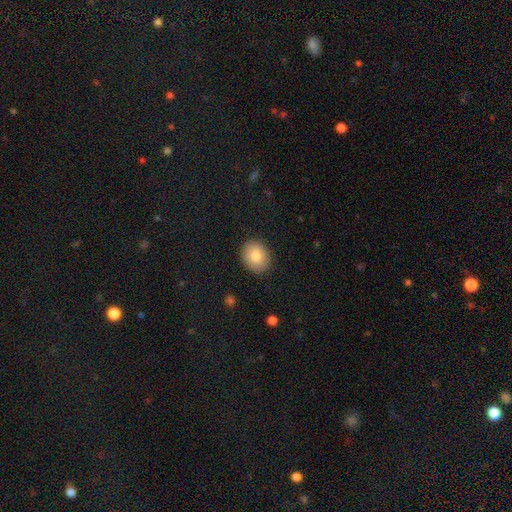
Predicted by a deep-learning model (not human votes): smooth_or_featured: smooth (p=0.82) [alt: featured or disk p=0.10]
how_rounded: in between (p=0.50) [tied with: round p=0.50]
merging: none (p=0.88) [alt: minor disturbance p=0.09]